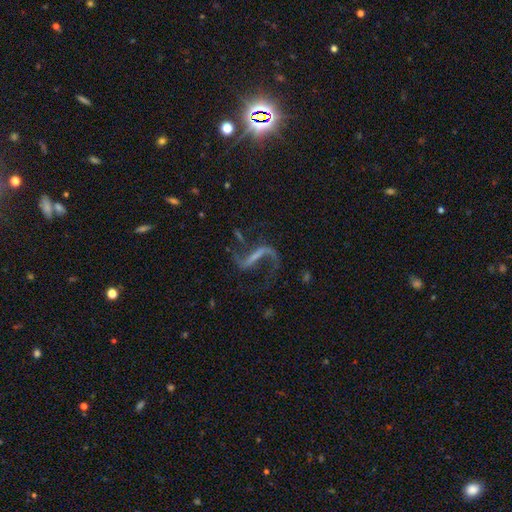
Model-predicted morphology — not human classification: Smooth or featured: featured or disk — 86% (star or artifact — 8%)
Edge-on disk: no — 94% (yes — 6%)
Bar: strong — 61% (weak — 25%)
Spiral arms: yes — 93% (no — 7%)
Spiral winding: loose — 83% (medium — 13%)
Spiral arm count: 2 — 84% (1 — 11%)
Bulge size: none — 52% (small — 35%)
Merging: none — 61% (major disturbance — 21%)